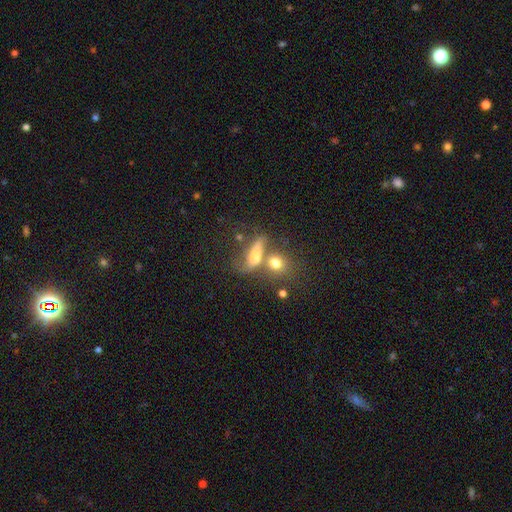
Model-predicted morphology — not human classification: Overall: smooth (54%; featured or disk 33%). How rounded: in between (50%; cigar-shaped 30%). Merging: merger (40%; none 34%).